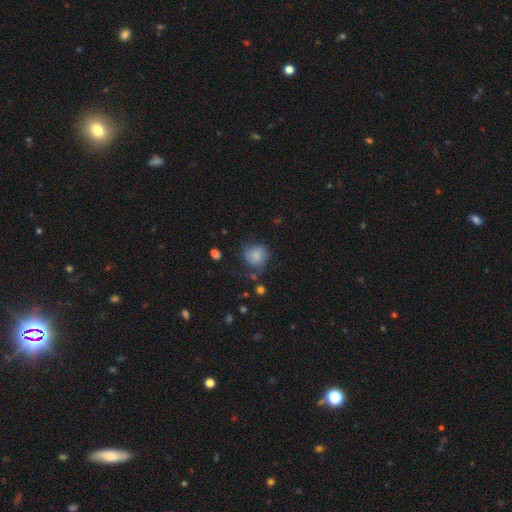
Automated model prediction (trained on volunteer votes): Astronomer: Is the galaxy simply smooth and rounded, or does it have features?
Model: smooth — 76%.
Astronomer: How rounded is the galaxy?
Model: round — 76%.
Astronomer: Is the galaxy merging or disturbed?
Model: none — 54%.